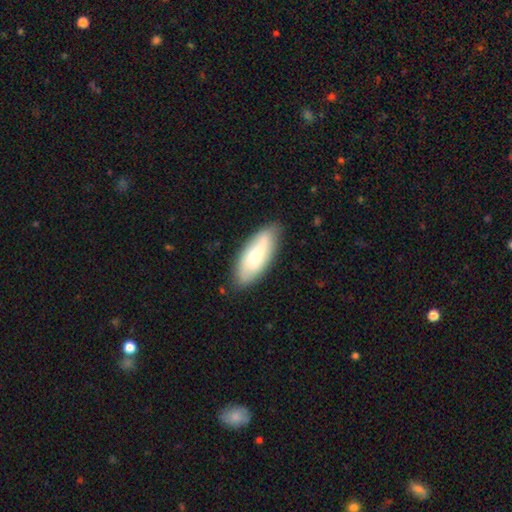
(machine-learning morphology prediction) type=smooth (57%); roundness=in between (74%); merging=none (83%).